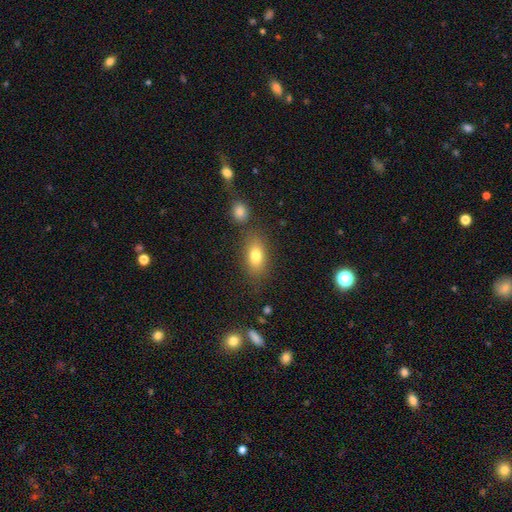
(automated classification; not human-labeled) Morphology: type=smooth (78%); roundness=in between (84%); merging=none (73%).